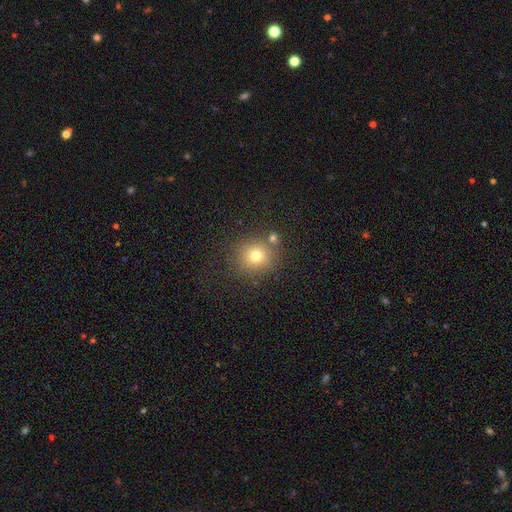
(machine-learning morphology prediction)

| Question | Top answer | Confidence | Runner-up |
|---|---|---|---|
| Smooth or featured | smooth | 74% | star or artifact (16%) |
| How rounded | round | 88% | in between (11%) |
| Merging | none | 77% | merger (10%) |